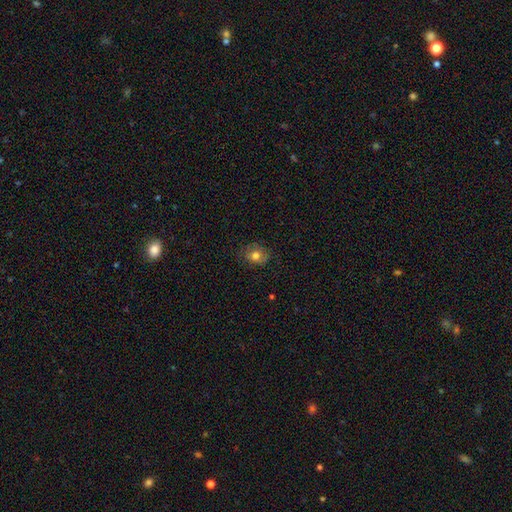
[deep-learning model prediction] Overall: smooth (72%). How rounded: round (62%; in between 37%). Merging: none (79%).